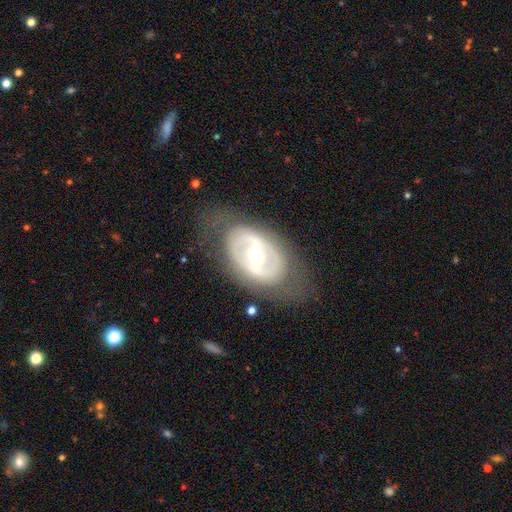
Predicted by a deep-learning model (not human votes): Q: Smooth or featured?
A: featured or disk (72%); runner-up: smooth (22%)
Q: Edge-on disk?
A: no (93%); runner-up: yes (7%)
Q: Bar?
A: no (42%); runner-up: weak (30%)
Q: Spiral arms?
A: no (70%); runner-up: yes (30%)
Q: Bulge size?
A: moderate (60%); runner-up: small (33%)
Q: Merging?
A: none (69%); runner-up: minor disturbance (17%)